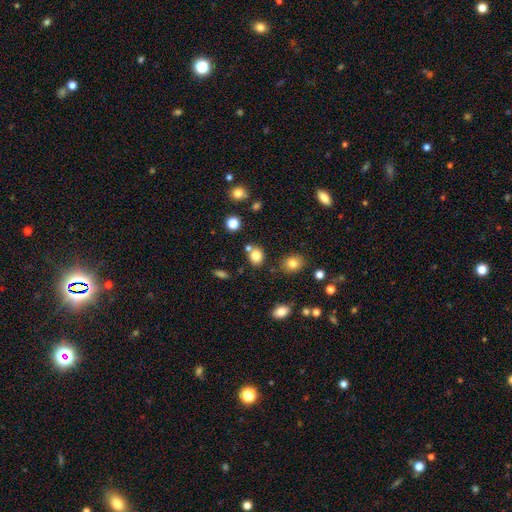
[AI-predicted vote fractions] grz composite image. It shows a smooth galaxy with no disk features (80%) that is round (64%). Merging: none (68%).